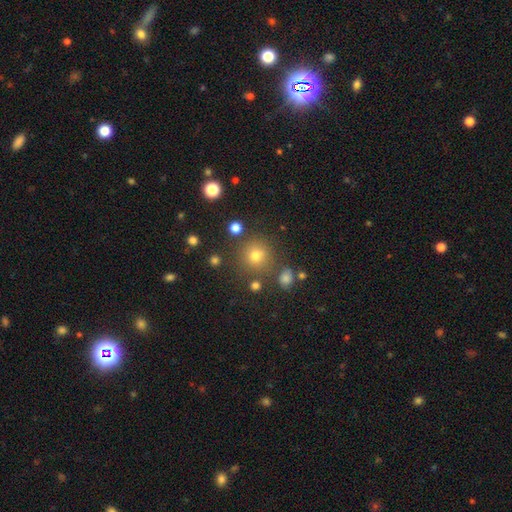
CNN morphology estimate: Smooth or featured? Predicted: smooth (p=0.73). How rounded? Predicted: round (p=0.93). Merging? Predicted: none (p=0.81).